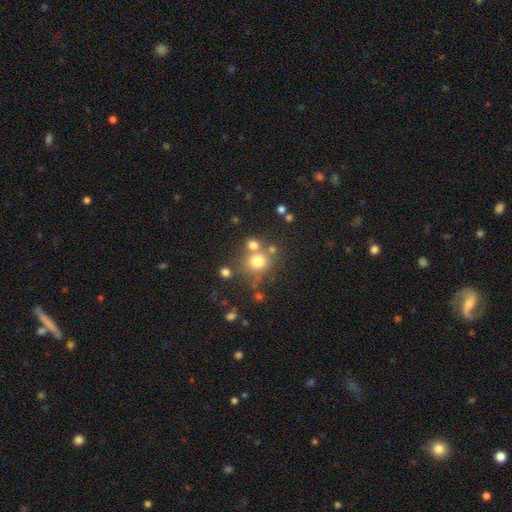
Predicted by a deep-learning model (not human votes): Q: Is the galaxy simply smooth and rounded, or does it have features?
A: smooth — 64%.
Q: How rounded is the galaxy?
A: round — 87%.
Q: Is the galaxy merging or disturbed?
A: none — 63%.